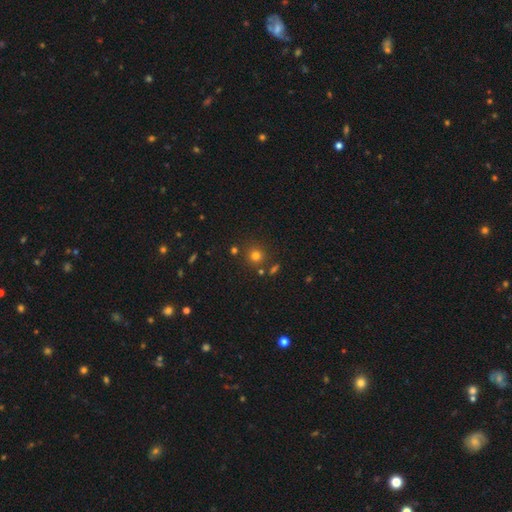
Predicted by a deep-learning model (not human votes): Smooth or featured?
  - smooth: 73% *
  - star or artifact: 19%
  - featured or disk: 7%
How rounded?
  - round: 92% *
  - in between: 7%
  - cigar-shaped: 1%
Merging?
  - none: 80% *
  - merger: 9%
  - minor disturbance: 8%
  - major disturbance: 3%